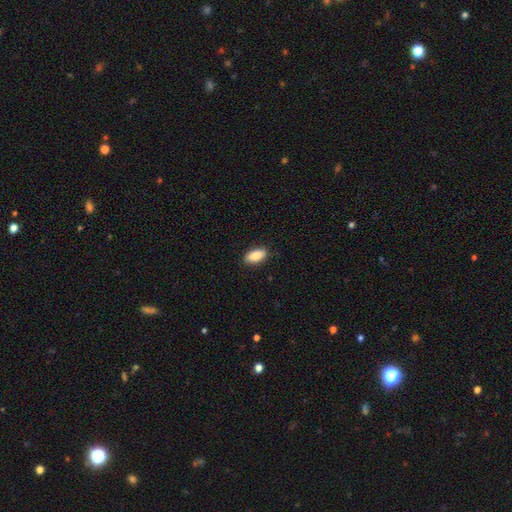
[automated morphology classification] A smooth galaxy with no disk features (87%) that is in between round and cigar-shaped (87%).

Vote fractions:
- Smooth or featured? smooth: 87% / star or artifact: 7% / featured or disk: 6%
- How rounded? in between: 87% / cigar-shaped: 10% / round: 3%
- Merging? none: 88% / minor disturbance: 9% / major disturbance: 2% / merger: 1%